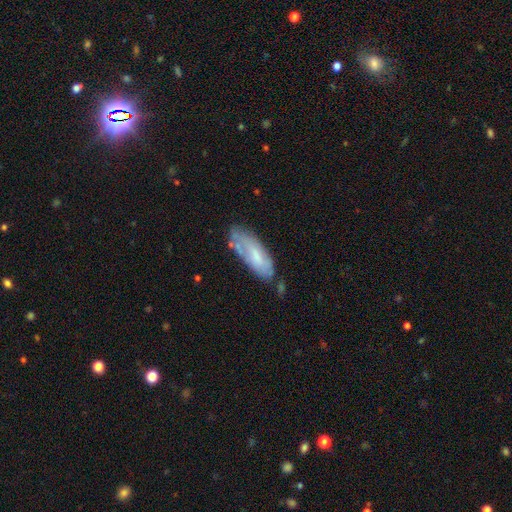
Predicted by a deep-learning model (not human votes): A smooth galaxy with no disk features (56%) that is in between round and cigar-shaped (67%). Merging: none (54%).